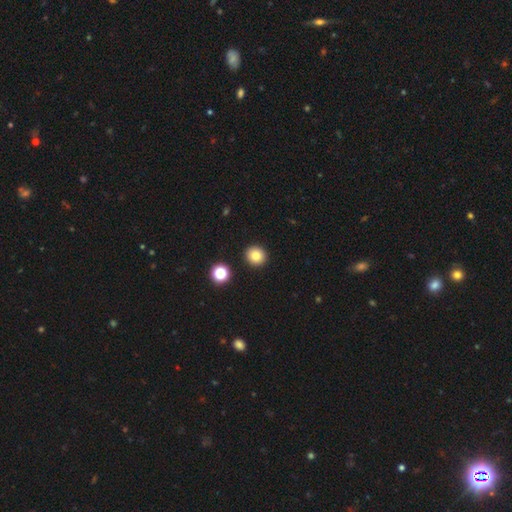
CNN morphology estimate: This appears to be a smooth galaxy with no disk features (83%) that is round (85%). Merging: none (91%).